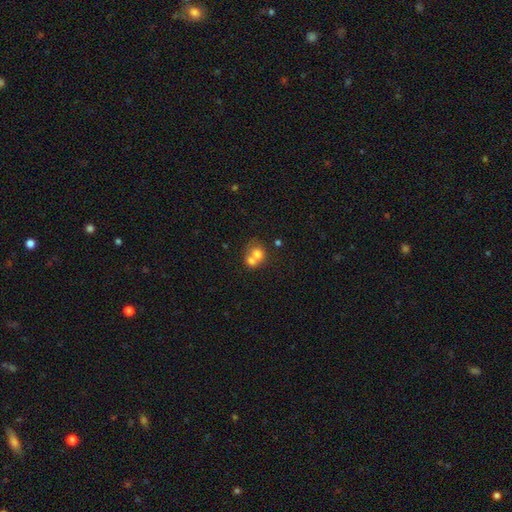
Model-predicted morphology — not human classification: Overall: smooth (68%). How rounded: round (68%; in between 31%). Merging: merger (67%).